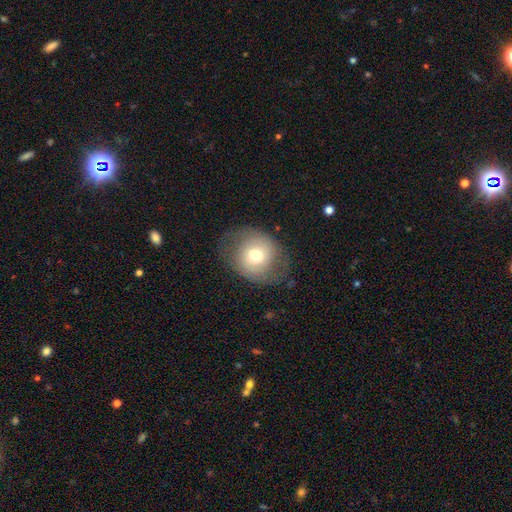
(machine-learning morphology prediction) Q: Smooth or featured?
A: smooth (50%); runner-up: featured or disk (42%)
Q: How rounded?
A: round (69%); runner-up: in between (30%)
Q: Merging?
A: none (66%); runner-up: minor disturbance (20%)